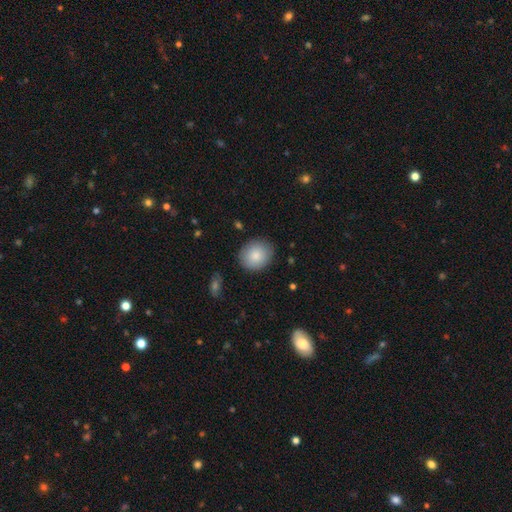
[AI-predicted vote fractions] This is clearly a smooth galaxy (85%). How rounded: likely round (69%). Merging: clearly none (87%).